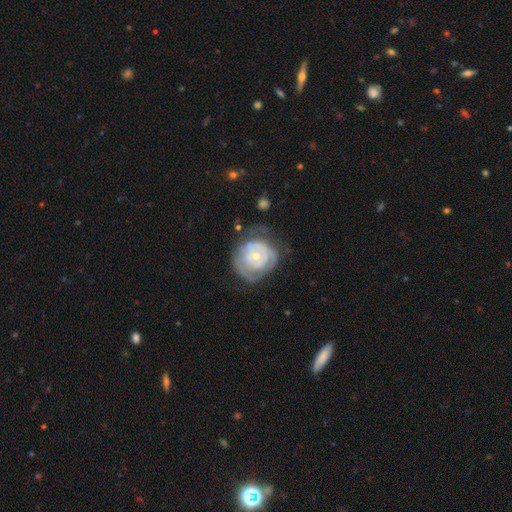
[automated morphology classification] A featured or disk galaxy (73%) with no bar (75%), tight (71%) spiral arms (77%) and a small central bulge (69%). Merging: none (56%).